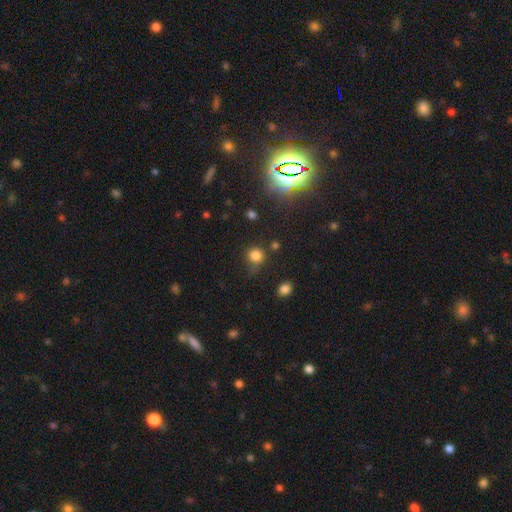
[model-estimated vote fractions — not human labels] Smooth or featured?
  - smooth: 77% *
  - star or artifact: 17%
  - featured or disk: 5%
How rounded?
  - round: 87% *
  - in between: 12%
  - cigar-shaped: 1%
Merging?
  - none: 69% *
  - minor disturbance: 18%
  - major disturbance: 7%
  - merger: 6%